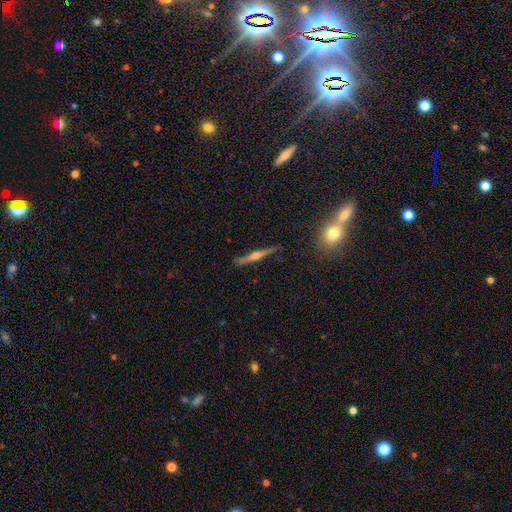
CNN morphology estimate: Q: Smooth or featured?
A: featured or disk (76%); runner-up: smooth (18%)
Q: Edge-on disk?
A: yes (97%); runner-up: no (3%)
Q: Edge-on bulge?
A: rounded (87%); runner-up: boxy (7%)
Q: Merging?
A: none (88%); runner-up: minor disturbance (8%)